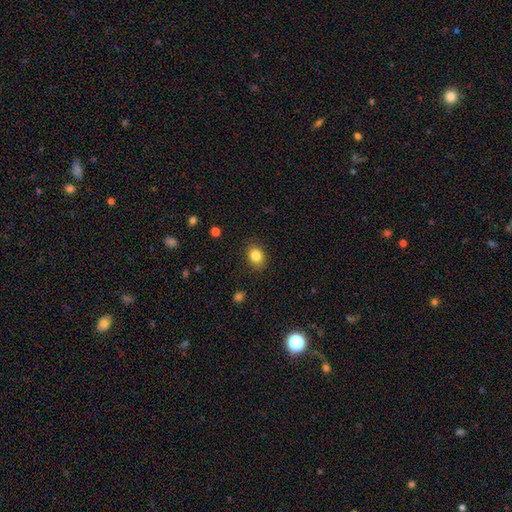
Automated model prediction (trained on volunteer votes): smooth 84%, star or artifact 10%, featured or disk 6%. Down the decision tree: how rounded — in between (53%); merging — none (87%).